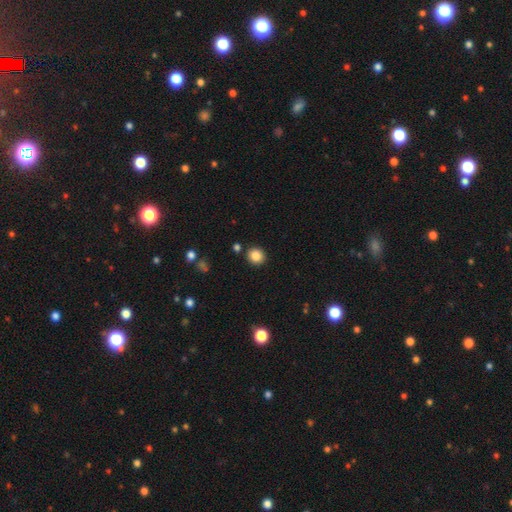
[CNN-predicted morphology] This is clearly a smooth galaxy (85%). How rounded: clearly round (87%). Merging: clearly none (88%).